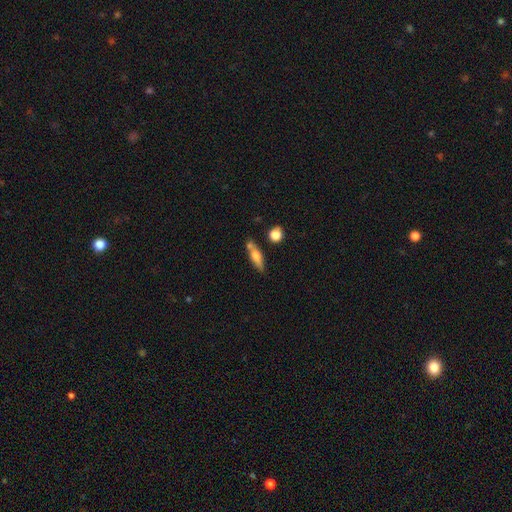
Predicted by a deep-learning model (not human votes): Overall: smooth (57%; featured or disk 35%). How rounded: cigar-shaped (60%; in between 35%). Merging: none (63%).